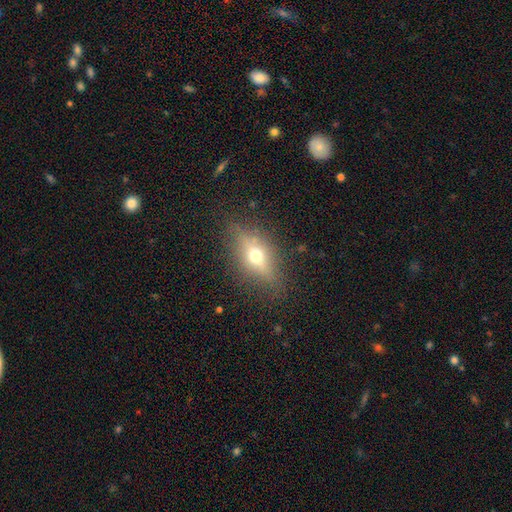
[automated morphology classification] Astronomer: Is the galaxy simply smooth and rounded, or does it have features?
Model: featured or disk — 49% (runner-up: smooth, 39%).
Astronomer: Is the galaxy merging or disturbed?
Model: none — 81%.